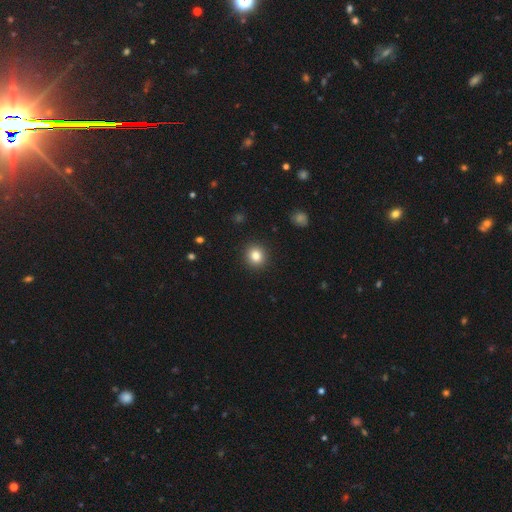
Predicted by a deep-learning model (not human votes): smooth 83%, star or artifact 11%, featured or disk 6%. Down the decision tree: how rounded — round (89%); merging — none (92%).